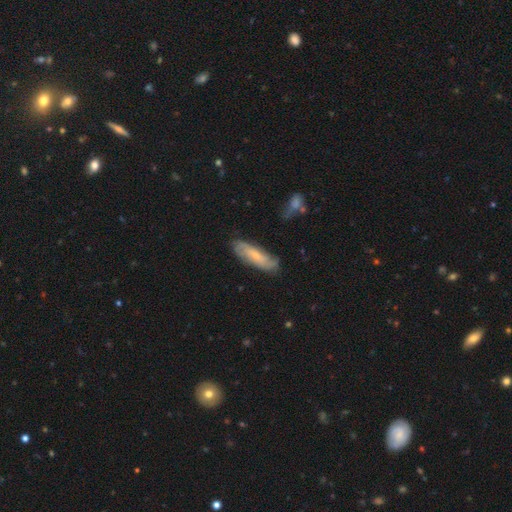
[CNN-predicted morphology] smooth-or-featured: featured or disk: 54% | smooth: 40% | star or artifact: 6%
  disk-edge-on: no: 77% | yes: 23%
  merging: none: 77% | minor disturbance: 17% | major disturbance: 4% | merger: 2%